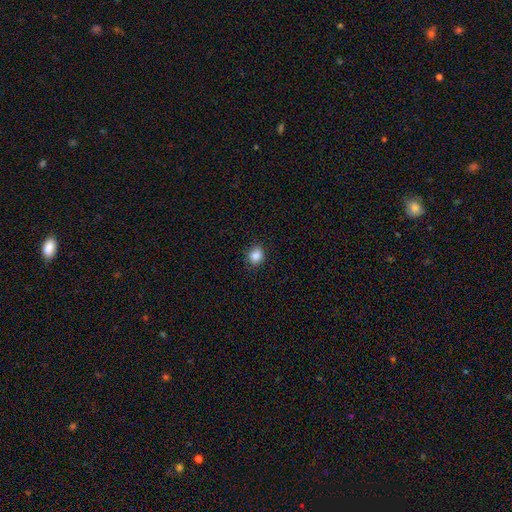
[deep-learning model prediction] Smooth or featured? Predicted: smooth (p=0.85). How rounded? Predicted: round (p=0.74). Merging? Predicted: none (p=0.86).